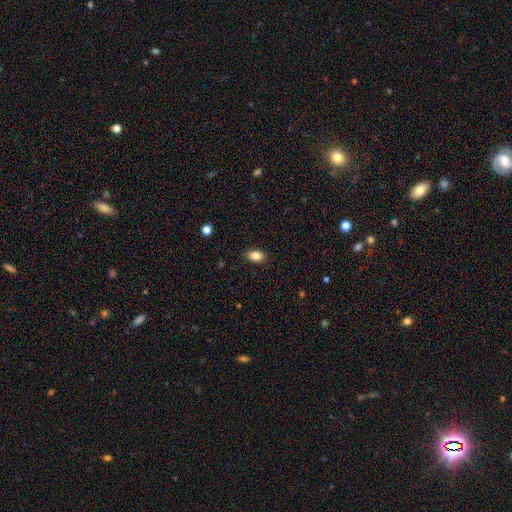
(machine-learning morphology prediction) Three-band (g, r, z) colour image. It shows a smooth galaxy with no disk features (85%) that is in between round and cigar-shaped (88%). Merging: none (86%).